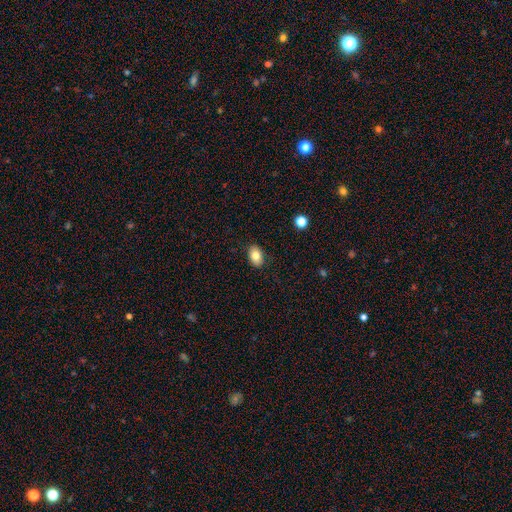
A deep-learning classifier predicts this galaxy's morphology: This is likely a smooth galaxy (80%). How rounded: clearly in between (86%). Merging: clearly none (87%).